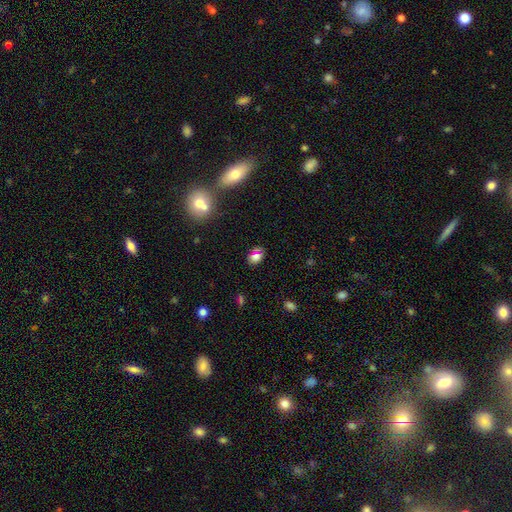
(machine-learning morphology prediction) Overall: smooth (70%). How rounded: in between (75%). Merging: none (71%).